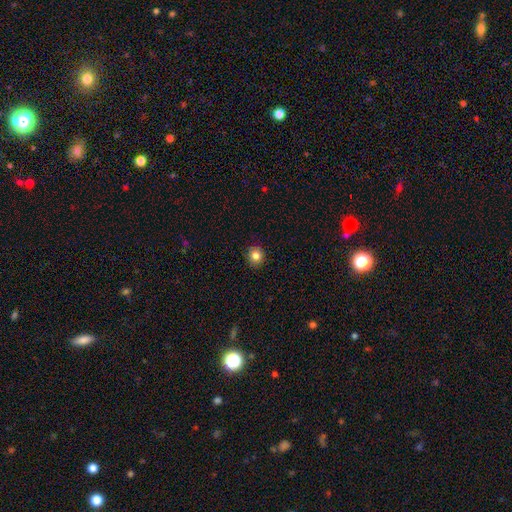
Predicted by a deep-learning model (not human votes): The model was most divided on "smooth or featured": smooth: 83%, star or artifact: 11%, featured or disk: 6%. More confident: merging — none (91%); how rounded — round (87%).